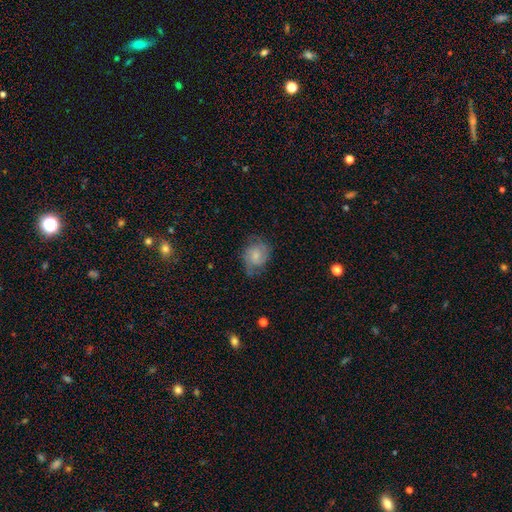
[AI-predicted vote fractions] Morphology: type=featured or disk (49%); merging=none (58%).